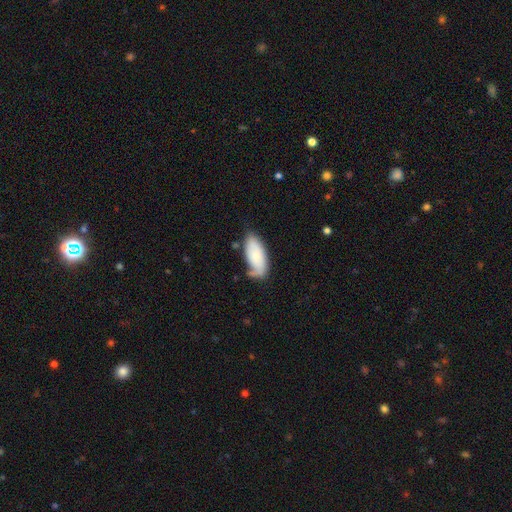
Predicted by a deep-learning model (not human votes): The model was most divided on "merging": none: 53%, minor disturbance: 29%, major disturbance: 11%, merger: 7%. More confident: how rounded — in between (88%); smooth or featured — smooth (73%).